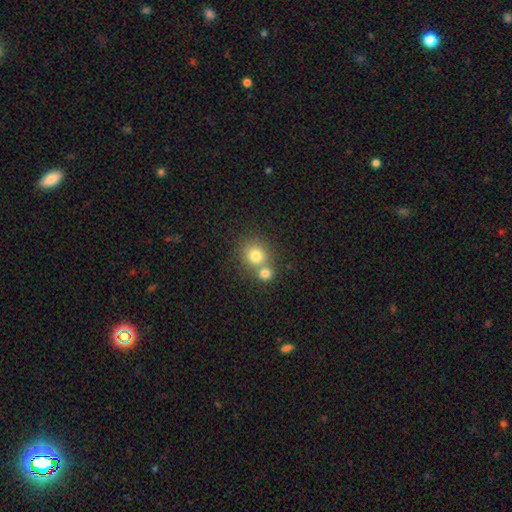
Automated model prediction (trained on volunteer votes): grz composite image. It shows a smooth galaxy with no disk features (77%) that is round (86%). Merging: none (48%).